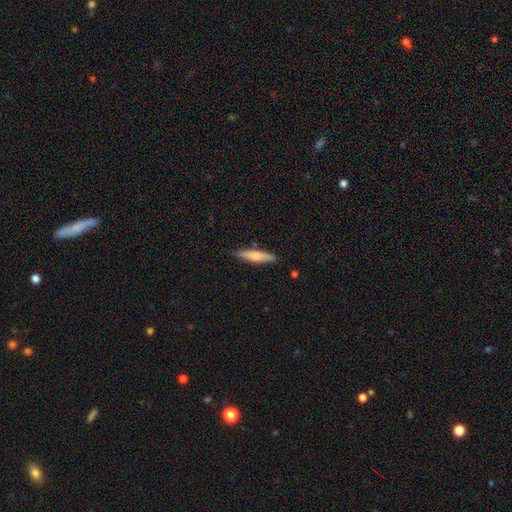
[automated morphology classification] Q: Smooth or featured?
A: smooth (66%); runner-up: featured or disk (28%)
Q: How rounded?
A: cigar-shaped (85%); runner-up: in between (14%)
Q: Merging?
A: none (85%); runner-up: minor disturbance (11%)